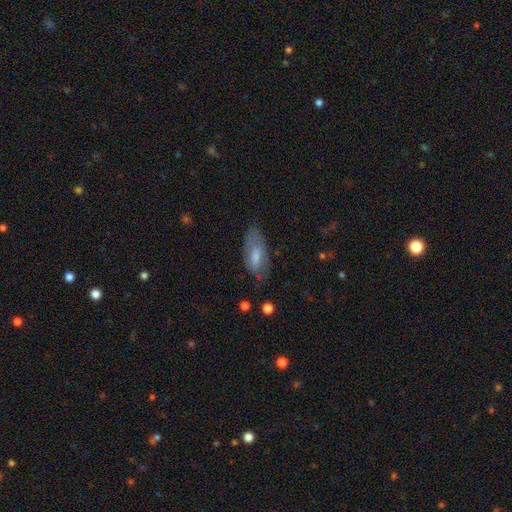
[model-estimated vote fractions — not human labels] This is likely a smooth galaxy (63%). How rounded: likely in between (80%). Merging: likely none (60%).